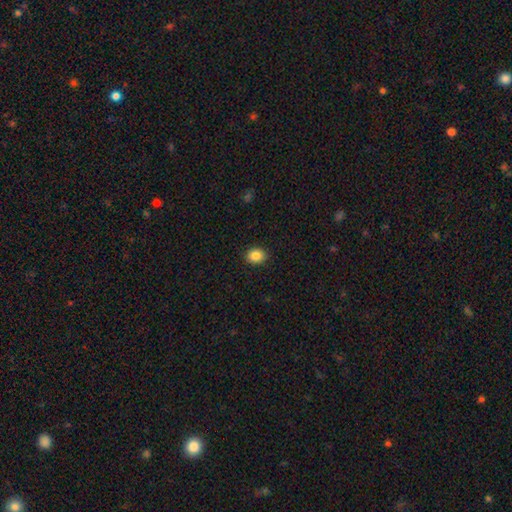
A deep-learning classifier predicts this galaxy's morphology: type=smooth (86%); roundness=round (52%); merging=none (90%).